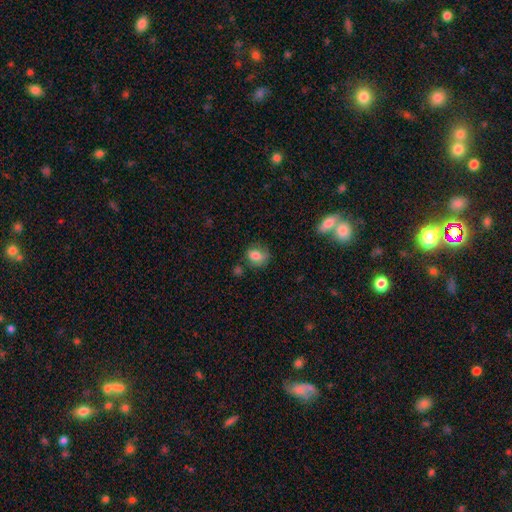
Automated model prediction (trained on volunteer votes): Smooth or featured? smooth (80%)
How rounded? round (53%)
Merging? none (62%)